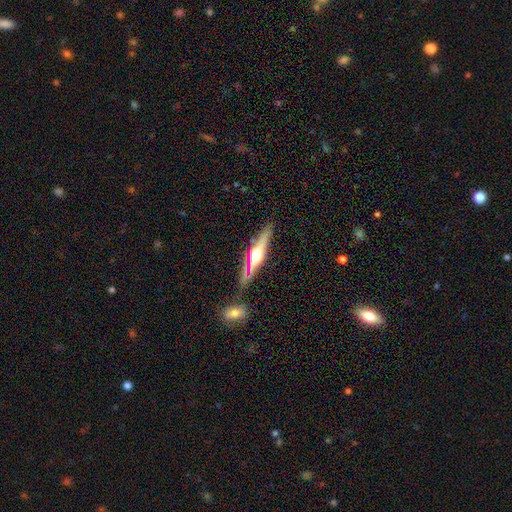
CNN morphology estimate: Smooth or featured: featured or disk — 69% (smooth — 24%)
Edge-on disk: yes — 94% (no — 6%)
Edge-on bulge: rounded — 93% (boxy — 4%)
Merging: none — 77% (minor disturbance — 12%)